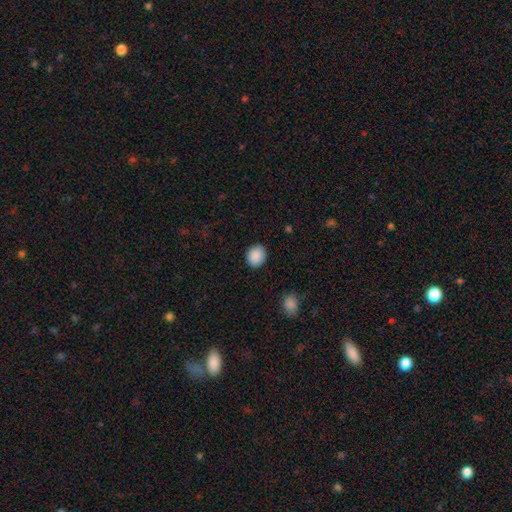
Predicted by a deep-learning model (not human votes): This appears to be a smooth galaxy with no disk features (90%) that is round (62%). Merging: none (89%).